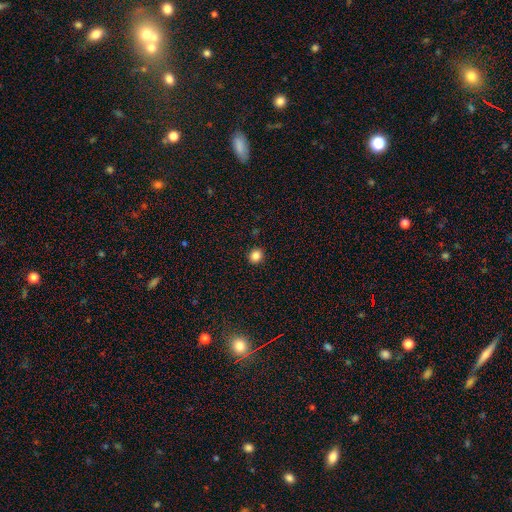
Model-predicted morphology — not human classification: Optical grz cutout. It shows a smooth galaxy with no disk features (85%) that is round (85%). Merging: none (92%).